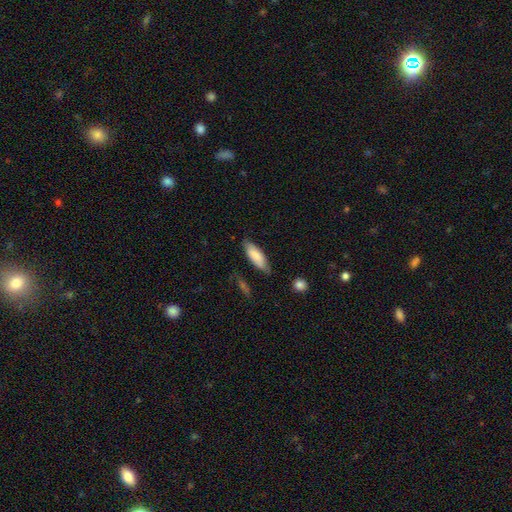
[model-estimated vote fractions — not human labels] Smooth or featured: smooth — 79% (featured or disk — 15%)
How rounded: in between — 63% (cigar-shaped — 35%)
Merging: none — 75% (minor disturbance — 19%)